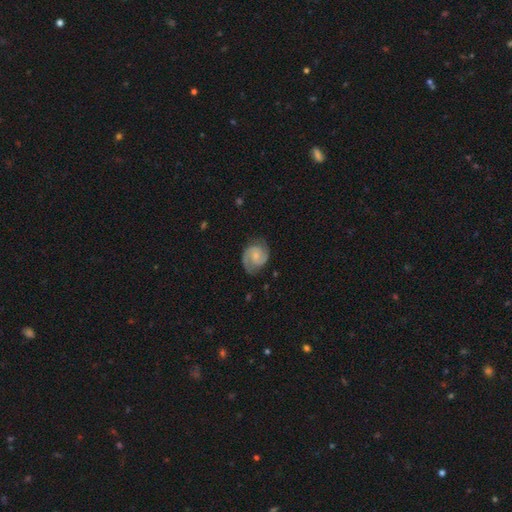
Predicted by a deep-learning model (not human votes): A featured or disk galaxy (84%) with no bar (59%), 2 (90%) medium (49%) spiral arms (97%) and a small central bulge (59%).

Vote fractions:
- Smooth or featured? featured or disk: 84% / smooth: 11% / star or artifact: 5%
- Edge-on disk? no: 98% / yes: 2%
- Bar? no: 59% / weak: 35% / strong: 6%
- Spiral arms? yes: 97% / no: 3%
- Spiral winding? medium: 49% / tight: 40% / loose: 11%
- Spiral arm count? 2: 90% / can't tell: 4% / 1: 2% / 3: 2% / 4: 1% / more than 4: 1%
- Bulge size? small: 59% / moderate: 27% / none: 12% / large: 2% / dominant: 1%
- Merging? none: 78% / minor disturbance: 16% / major disturbance: 5% / merger: 1%